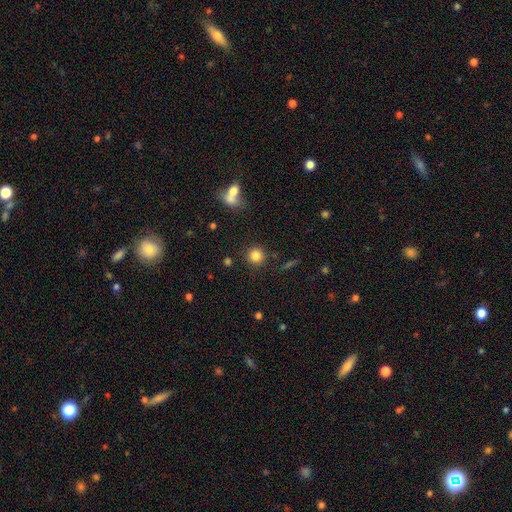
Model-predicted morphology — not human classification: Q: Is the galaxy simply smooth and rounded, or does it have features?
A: smooth — 83%.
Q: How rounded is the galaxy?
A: round — 93%.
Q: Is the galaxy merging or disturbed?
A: none — 87%.